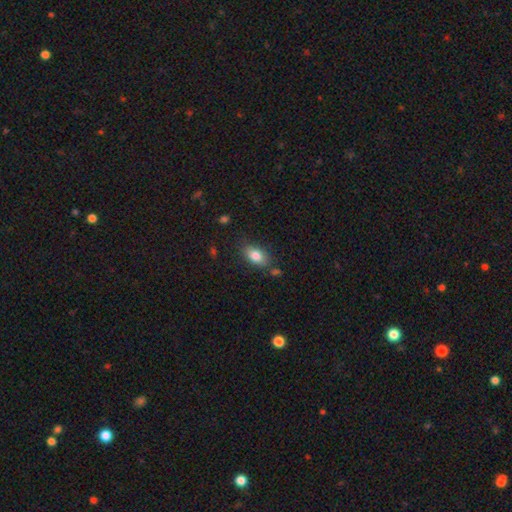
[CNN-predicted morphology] smooth_or_featured: smooth (p=0.82) [alt: featured or disk p=0.10]
how_rounded: in between (p=0.89) [alt: round p=0.08]
merging: none (p=0.77) [alt: minor disturbance p=0.14]